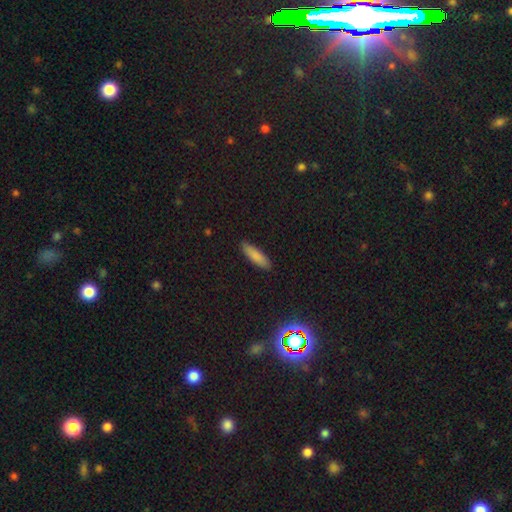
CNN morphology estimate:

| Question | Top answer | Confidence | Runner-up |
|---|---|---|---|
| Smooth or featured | smooth | 86% | featured or disk (8%) |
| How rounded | cigar-shaped | 62% | in between (36%) |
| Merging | none | 89% | minor disturbance (8%) |